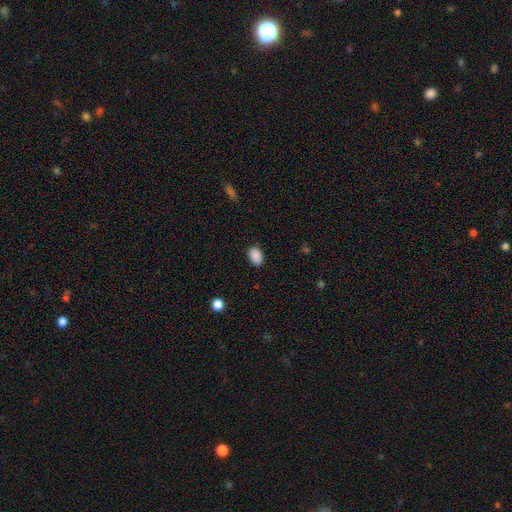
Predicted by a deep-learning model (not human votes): This appears to be a smooth galaxy with no disk features (89%) that is in between round and cigar-shaped (84%). Merging: none (86%).